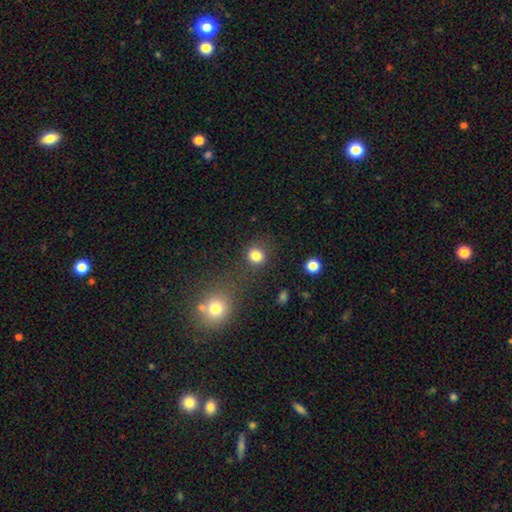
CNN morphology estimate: smooth 83%, star or artifact 12%, featured or disk 5%. Down the decision tree: how rounded — round (80%); merging — none (79%).